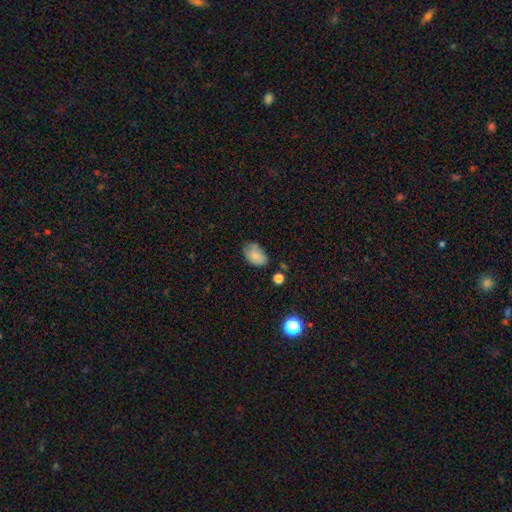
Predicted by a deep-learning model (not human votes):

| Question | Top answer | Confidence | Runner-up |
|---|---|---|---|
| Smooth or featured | smooth | 77% | featured or disk (14%) |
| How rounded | in between | 87% | round (12%) |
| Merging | none | 57% | minor disturbance (31%) |